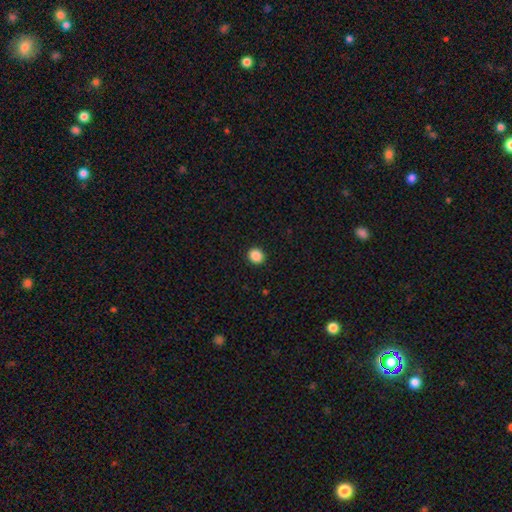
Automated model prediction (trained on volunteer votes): Morphology: type=smooth (88%); roundness=round (84%); merging=none (93%).